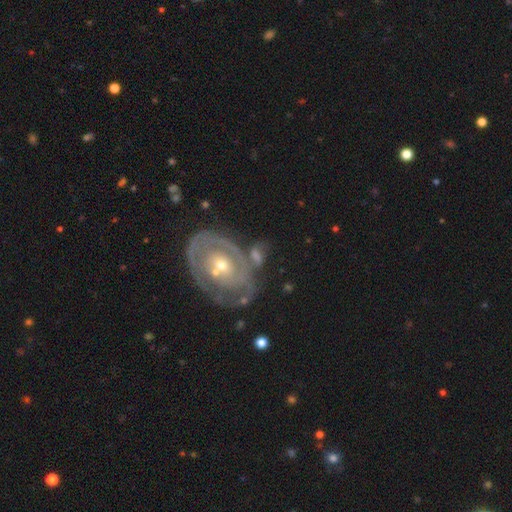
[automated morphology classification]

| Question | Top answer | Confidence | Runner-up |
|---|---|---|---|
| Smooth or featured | featured or disk | 70% | smooth (23%) |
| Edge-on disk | no | 95% | yes (5%) |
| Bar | no | 77% | weak (16%) |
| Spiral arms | yes | 61% | no (39%) |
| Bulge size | small | 62% | moderate (32%) |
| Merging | none | 45% | merger (24%) |